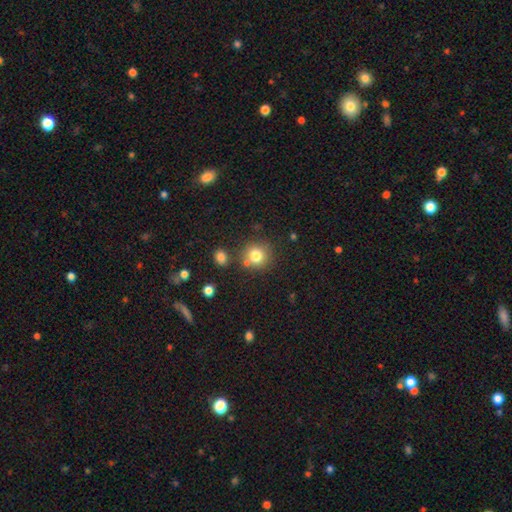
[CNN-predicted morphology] Smooth or featured?
  - smooth: 80% *
  - star or artifact: 12%
  - featured or disk: 8%
How rounded?
  - round: 88% *
  - in between: 11%
  - cigar-shaped: 1%
Merging?
  - none: 73% *
  - merger: 13%
  - minor disturbance: 11%
  - major disturbance: 4%